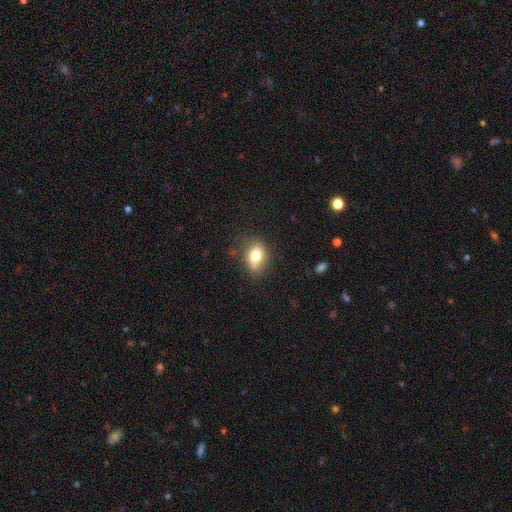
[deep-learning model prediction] Morphology: type=smooth (76%); roundness=in between (60%); merging=none (64%).